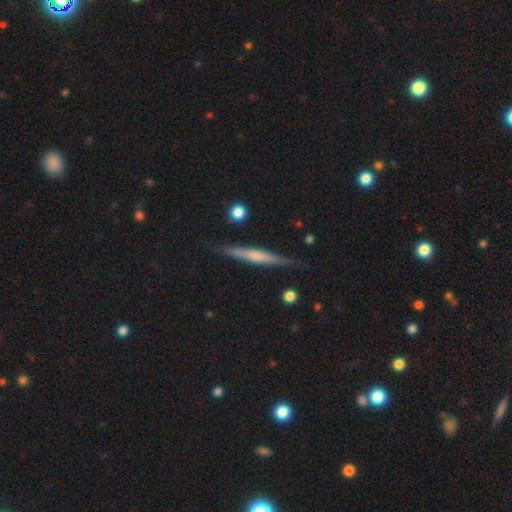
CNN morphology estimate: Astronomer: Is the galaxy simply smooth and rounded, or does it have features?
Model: featured or disk — 57% (runner-up: smooth, 37%).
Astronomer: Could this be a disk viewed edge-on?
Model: yes — 97%.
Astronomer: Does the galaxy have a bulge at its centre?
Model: none — 46% (runner-up: rounded, 36%).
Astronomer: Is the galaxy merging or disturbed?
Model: none — 85%.